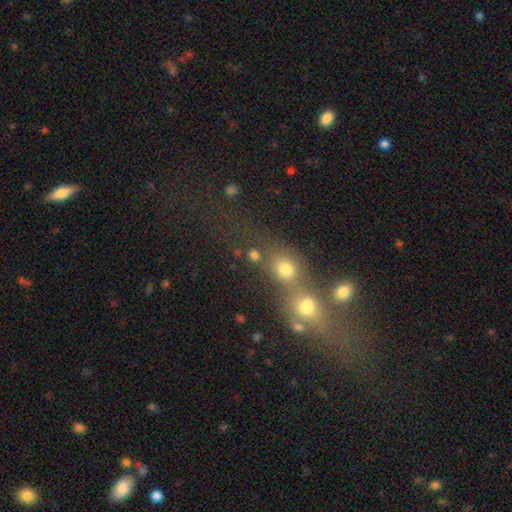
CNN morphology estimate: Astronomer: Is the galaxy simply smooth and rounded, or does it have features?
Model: smooth — 66%.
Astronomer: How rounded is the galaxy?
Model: round — 68%.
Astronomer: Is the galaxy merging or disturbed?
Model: merger — 52% (runner-up: none, 34%).